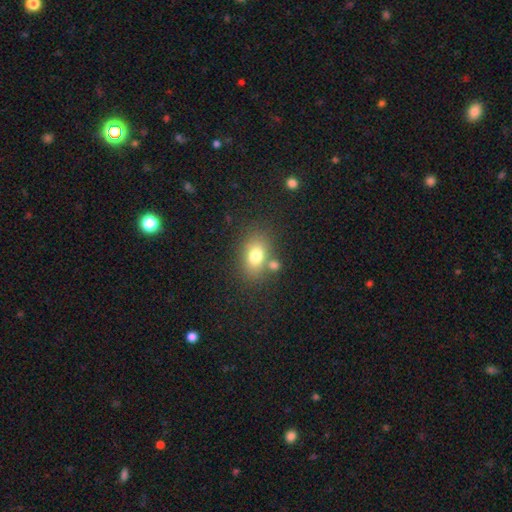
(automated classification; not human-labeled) A smooth galaxy with no disk features (76%) that is in between round and cigar-shaped (74%). Merging: none (66%).